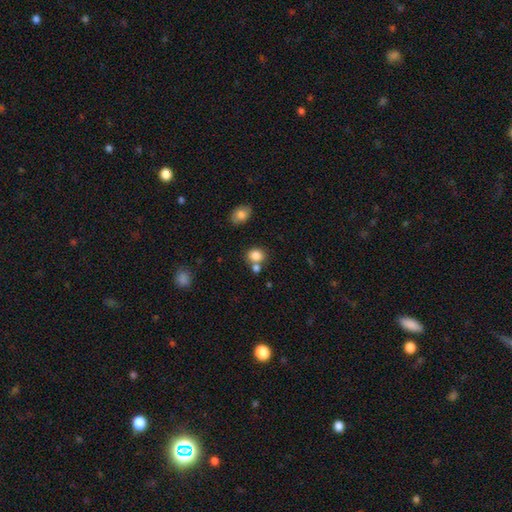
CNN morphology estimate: Smooth or featured: smooth — 83% (star or artifact — 10%)
How rounded: round — 58% (in between — 41%)
Merging: none — 60% (merger — 25%)